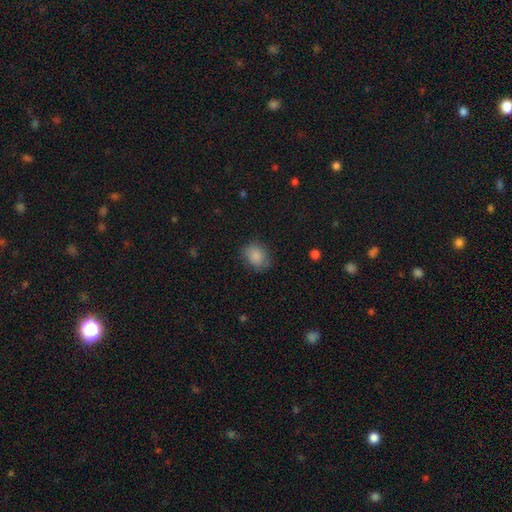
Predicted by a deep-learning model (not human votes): Smooth or featured?
  - smooth: 86% *
  - star or artifact: 8%
  - featured or disk: 6%
How rounded?
  - in between: 53% *
  - round: 46%
  - cigar-shaped: 1%
Merging?
  - none: 75% *
  - minor disturbance: 18%
  - major disturbance: 5%
  - merger: 1%